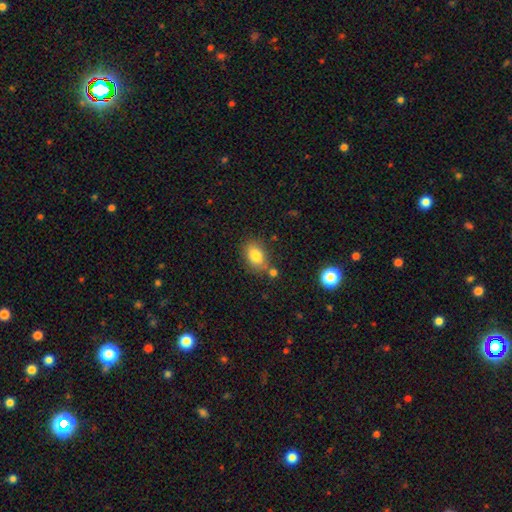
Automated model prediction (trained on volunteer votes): Smooth or featured: smooth — 82% (star or artifact — 9%)
How rounded: in between — 79% (round — 19%)
Merging: none — 69% (minor disturbance — 15%)